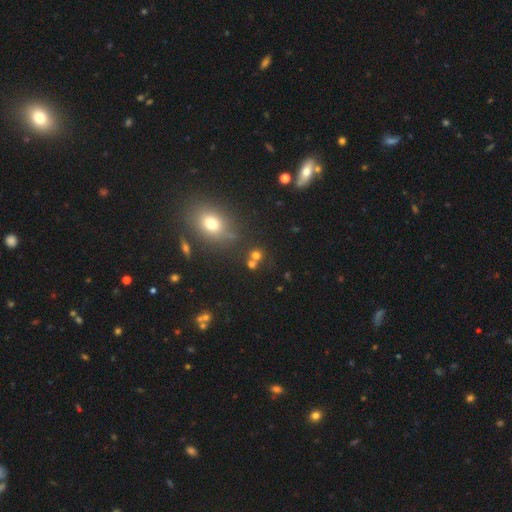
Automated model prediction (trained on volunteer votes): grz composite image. It shows a smooth galaxy with no disk features (66%) that is round (82%). Merging: none (60%).